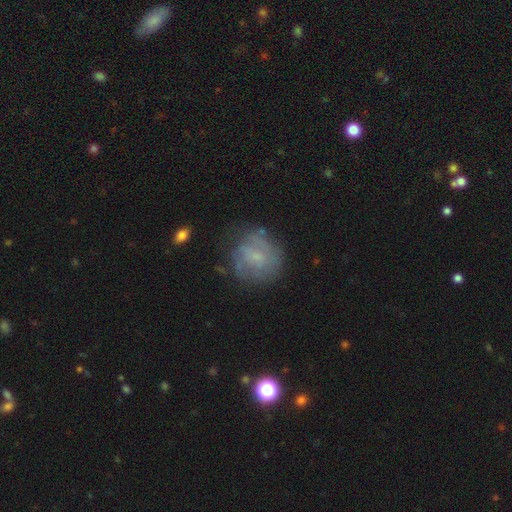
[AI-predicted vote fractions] Smooth or featured? featured or disk (46%)
Merging? none (64%)